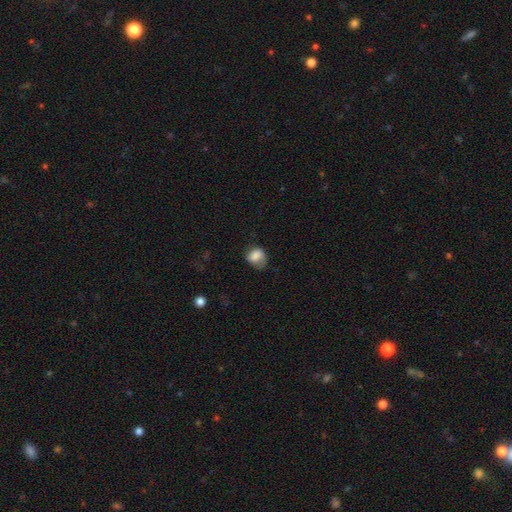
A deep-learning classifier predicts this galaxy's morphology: Smooth or featured? smooth (78%)
How rounded? round (50%)
Merging? none (43%)